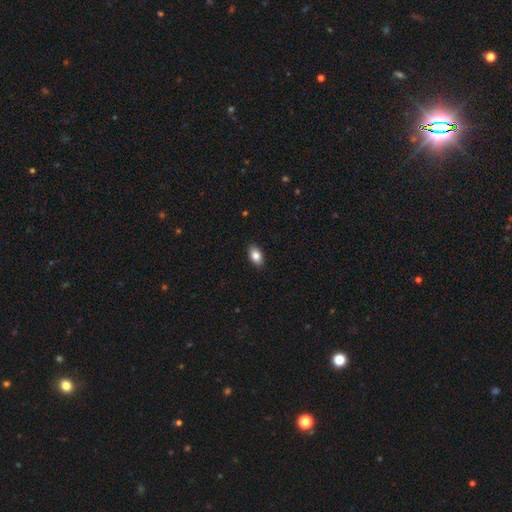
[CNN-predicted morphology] Smooth or featured? Predicted: smooth (p=0.84). How rounded? Predicted: in between (p=0.90). Merging? Predicted: none (p=0.89).